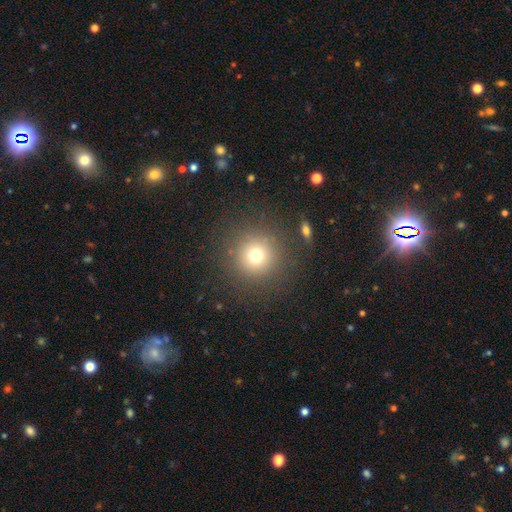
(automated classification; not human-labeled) A smooth galaxy with no disk features (72%) that is round (95%).

Vote fractions:
- Smooth or featured? smooth: 72% / star or artifact: 17% / featured or disk: 11%
- How rounded? round: 95% / in between: 4% / cigar-shaped: 1%
- Merging? none: 87% / minor disturbance: 7% / major disturbance: 4% / merger: 2%